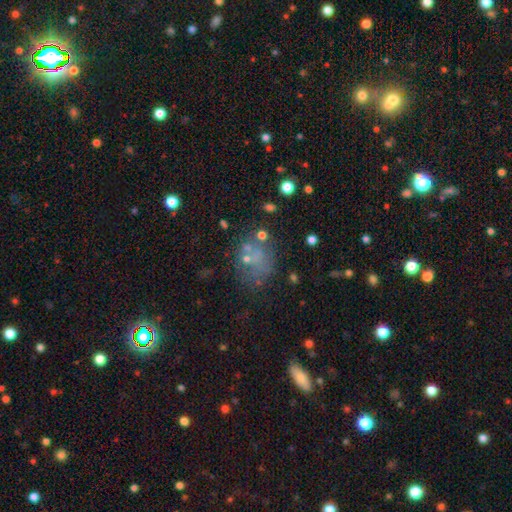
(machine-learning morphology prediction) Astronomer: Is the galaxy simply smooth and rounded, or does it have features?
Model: smooth — 45% (runner-up: star or artifact, 28%).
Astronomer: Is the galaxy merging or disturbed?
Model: none — 55%.